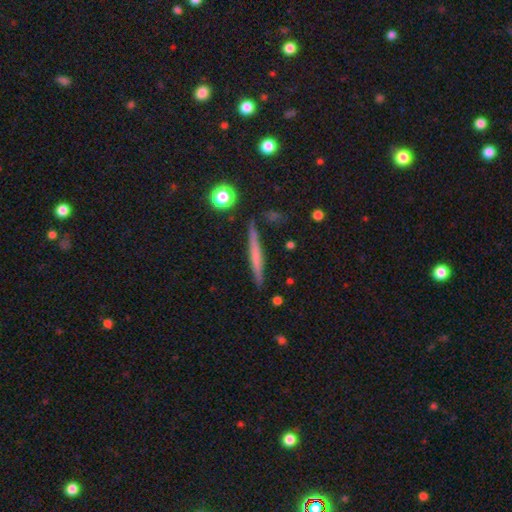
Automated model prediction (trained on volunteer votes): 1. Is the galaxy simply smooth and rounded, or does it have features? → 50% smooth, 43% featured or disk, 8% star or artifact.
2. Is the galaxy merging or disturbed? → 88% none, 8% minor disturbance, 2% merger, 2% major disturbance.